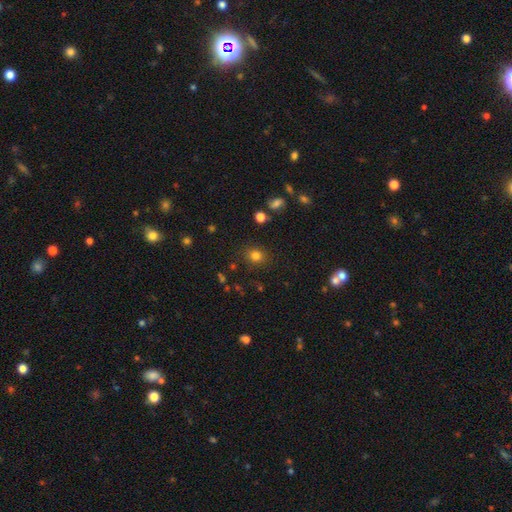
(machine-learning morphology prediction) Smooth or featured: smooth — 79% (star or artifact — 15%)
How rounded: round — 77% (in between — 22%)
Merging: none — 85% (minor disturbance — 9%)